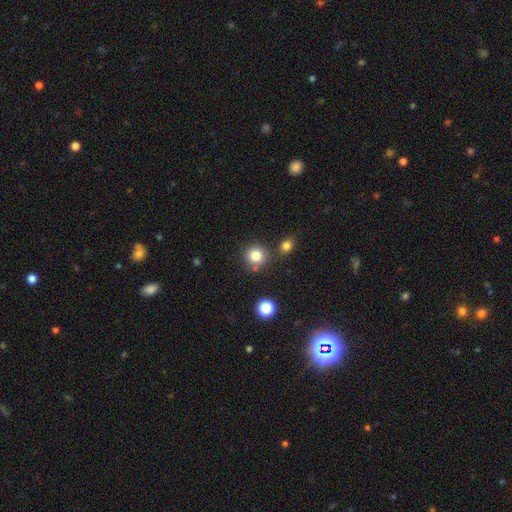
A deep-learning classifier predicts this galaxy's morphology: type=smooth (82%); roundness=round (91%); merging=none (74%).